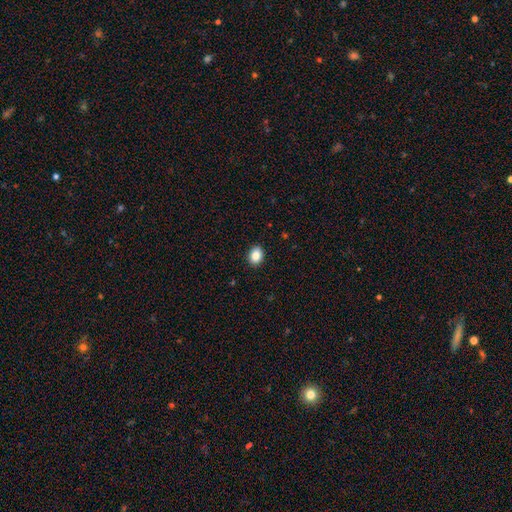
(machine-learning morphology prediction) Q: Smooth or featured?
A: smooth (86%); runner-up: star or artifact (8%)
Q: How rounded?
A: in between (66%); runner-up: round (33%)
Q: Merging?
A: none (90%); runner-up: minor disturbance (7%)